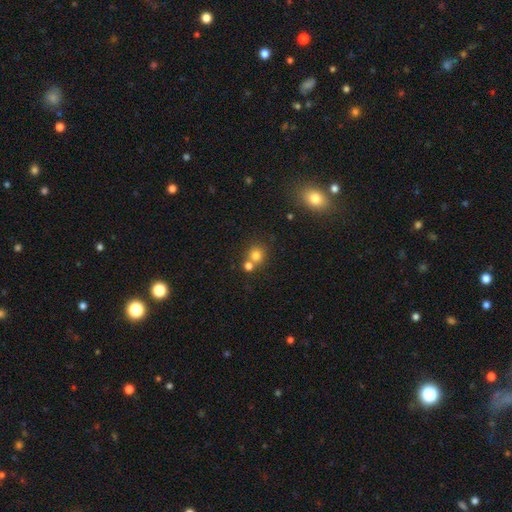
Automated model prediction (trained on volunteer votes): A smooth galaxy with no disk features (78%) that is round (88%).

Vote fractions:
- Smooth or featured? smooth: 78% / star or artifact: 14% / featured or disk: 8%
- How rounded? round: 88% / in between: 11% / cigar-shaped: 1%
- Merging? none: 57% / merger: 33% / minor disturbance: 7% / major disturbance: 3%